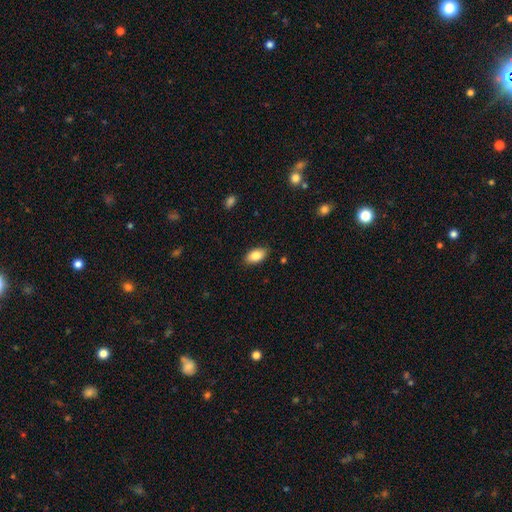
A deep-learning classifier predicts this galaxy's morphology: Smooth or featured: smooth — 83% (featured or disk — 9%)
How rounded: in between — 91% (round — 6%)
Merging: none — 86% (minor disturbance — 11%)